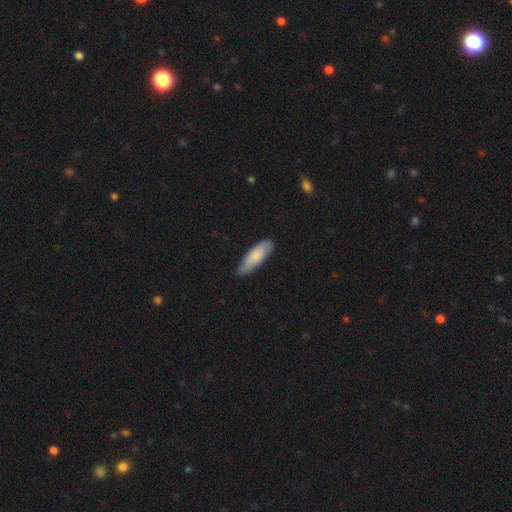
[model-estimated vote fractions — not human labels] This appears to be a smooth galaxy with no disk features (75%) that is in between round and cigar-shaped (54%). Merging: none (71%).